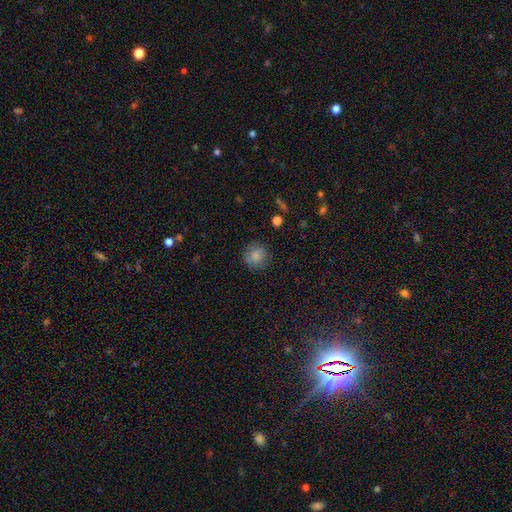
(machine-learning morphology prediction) Smooth or featured: smooth — 84% (star or artifact — 9%)
How rounded: round — 92% (in between — 8%)
Merging: none — 86% (minor disturbance — 10%)